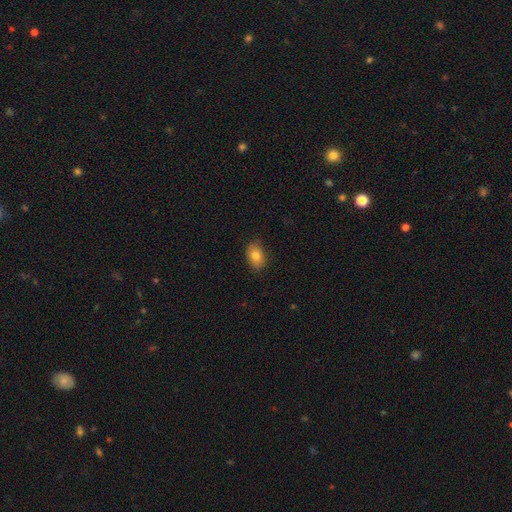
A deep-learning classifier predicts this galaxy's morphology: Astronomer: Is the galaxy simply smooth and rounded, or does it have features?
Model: smooth — 81%.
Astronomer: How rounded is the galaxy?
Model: in between — 82%.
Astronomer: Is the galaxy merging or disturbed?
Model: none — 81%.